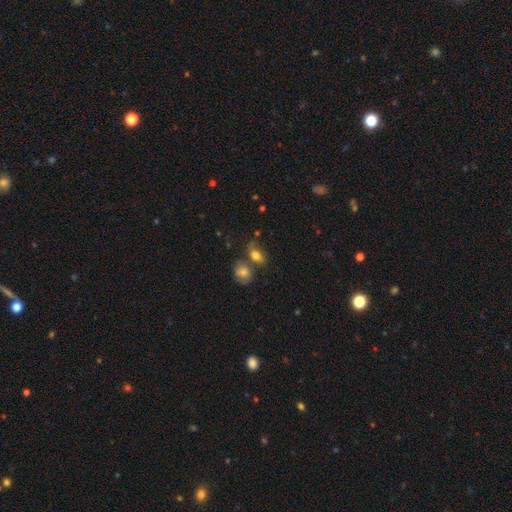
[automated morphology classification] Overall: smooth (76%). How rounded: in between (79%). Merging: none (50%; merger 26%).